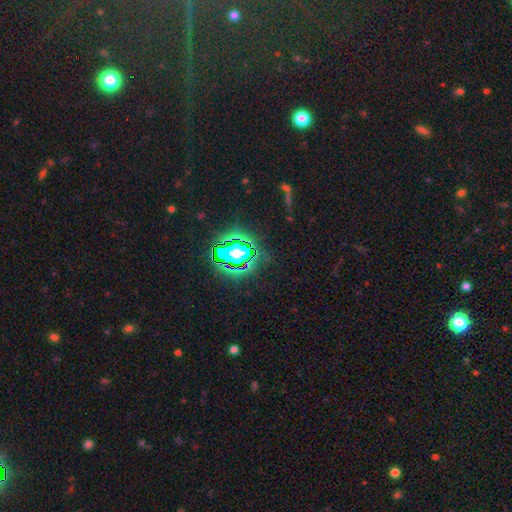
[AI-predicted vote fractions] Q: Smooth or featured?
A: star or artifact (83%); runner-up: smooth (10%)